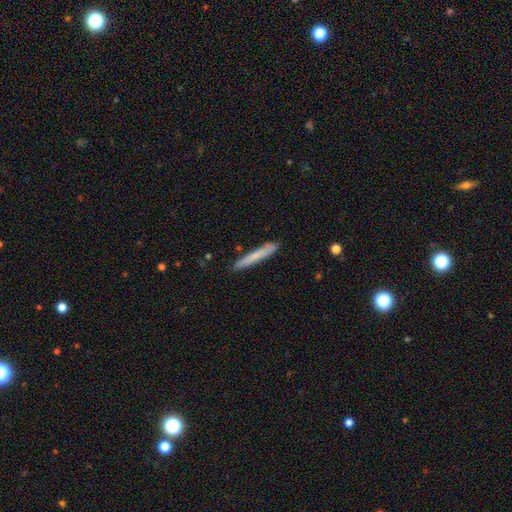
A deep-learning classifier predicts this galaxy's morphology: Q: Smooth or featured?
A: smooth (70%); runner-up: featured or disk (24%)
Q: How rounded?
A: cigar-shaped (96%); runner-up: in between (3%)
Q: Merging?
A: none (87%); runner-up: minor disturbance (10%)